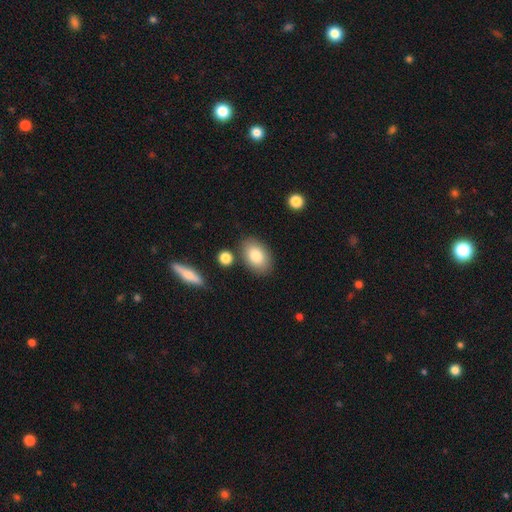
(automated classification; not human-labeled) Smooth or featured?
  - smooth: 82% *
  - featured or disk: 11%
  - star or artifact: 7%
How rounded?
  - in between: 88% *
  - round: 11%
  - cigar-shaped: 1%
Merging?
  - none: 82% *
  - minor disturbance: 11%
  - merger: 4%
  - major disturbance: 3%